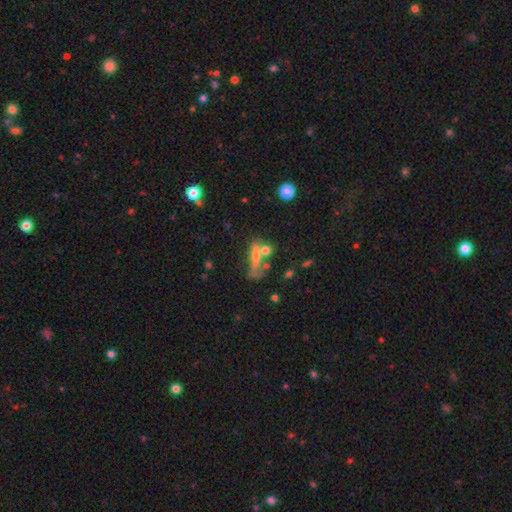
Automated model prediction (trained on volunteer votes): A smooth galaxy with no disk features (52%) that is cigar-shaped (62%).

Vote fractions:
- Smooth or featured? smooth: 52% / featured or disk: 35% / star or artifact: 13%
- How rounded? cigar-shaped: 62% / in between: 29% / round: 9%
- Merging? none: 39% / merger: 30% / minor disturbance: 17% / major disturbance: 15%